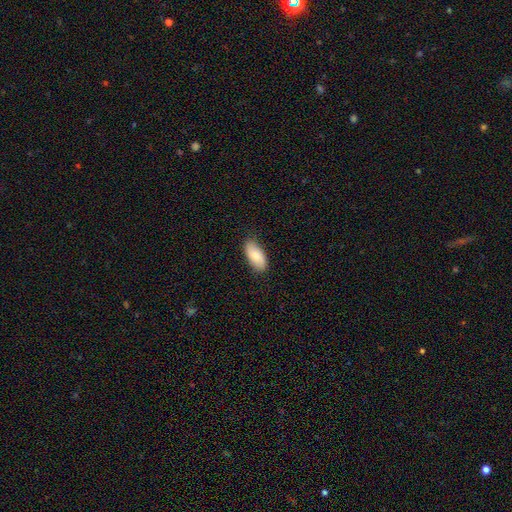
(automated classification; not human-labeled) Overall: smooth (82%). How rounded: in between (90%). Merging: none (83%).